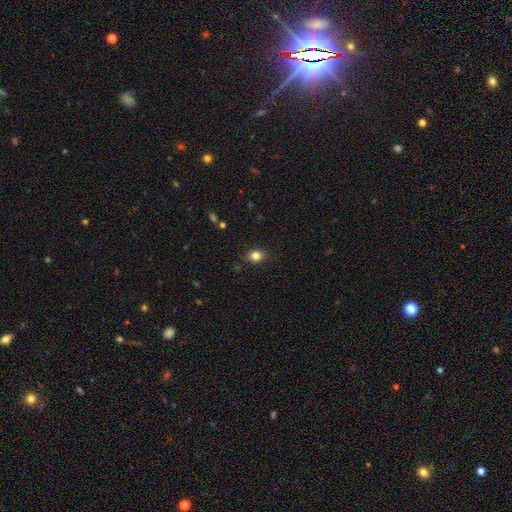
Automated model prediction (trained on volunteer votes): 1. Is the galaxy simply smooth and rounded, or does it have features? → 82% smooth, 11% star or artifact, 7% featured or disk.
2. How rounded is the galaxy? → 55% in between, 43% round, 1% cigar-shaped.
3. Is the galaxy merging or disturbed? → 86% none, 10% minor disturbance, 2% major disturbance, 1% merger.